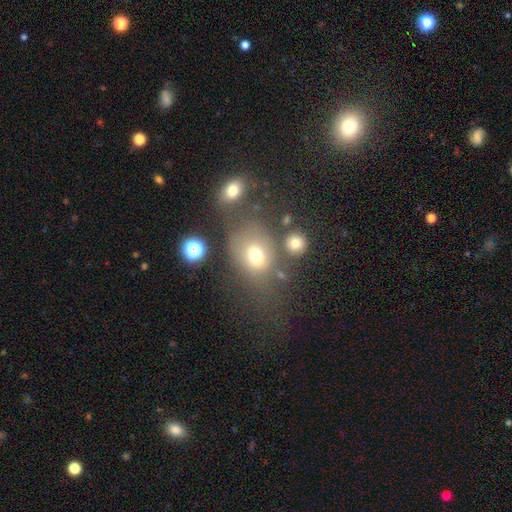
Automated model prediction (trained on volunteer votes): This is likely a smooth galaxy (71%). How rounded: possibly in between (51%). Merging: possibly none (53%).